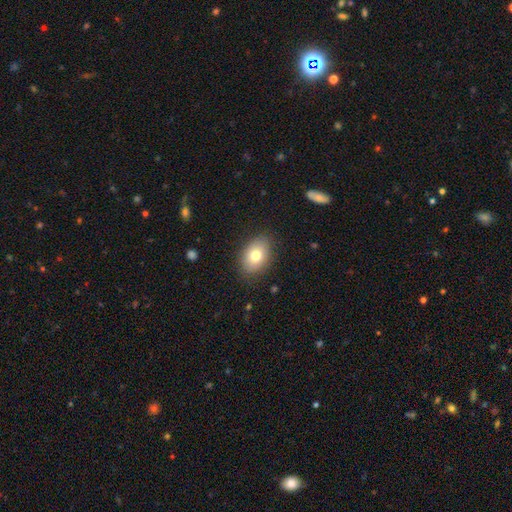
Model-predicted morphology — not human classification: This is likely a smooth galaxy (78%). How rounded: clearly in between (82%). Merging: clearly none (85%).